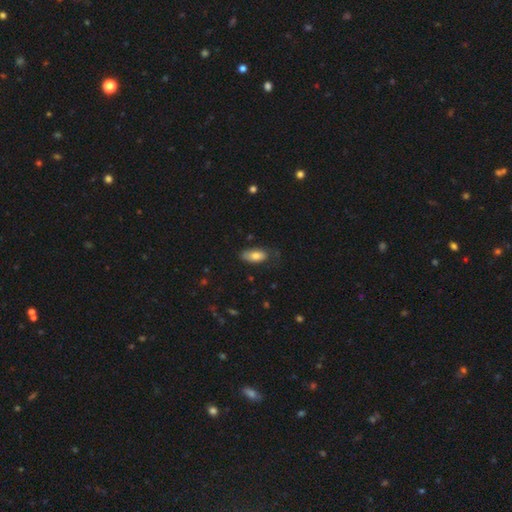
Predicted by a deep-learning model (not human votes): Smooth or featured? Predicted: smooth (p=0.77). How rounded? Predicted: in between (p=0.88). Merging? Predicted: none (p=0.58).